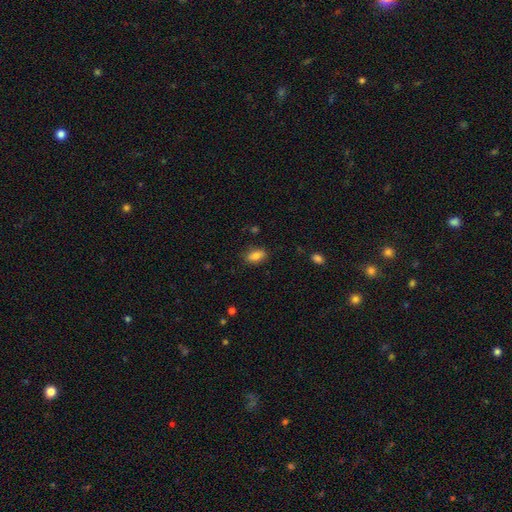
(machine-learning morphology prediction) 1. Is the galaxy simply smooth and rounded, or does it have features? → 84% smooth, 8% star or artifact, 7% featured or disk.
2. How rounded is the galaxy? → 87% in between, 7% round, 6% cigar-shaped.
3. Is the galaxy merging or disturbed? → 81% none, 14% minor disturbance, 3% major disturbance, 1% merger.